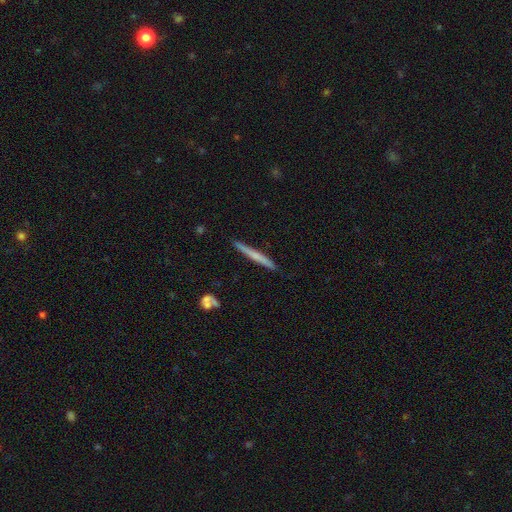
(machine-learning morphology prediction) type=smooth (48%); merging=none (90%).